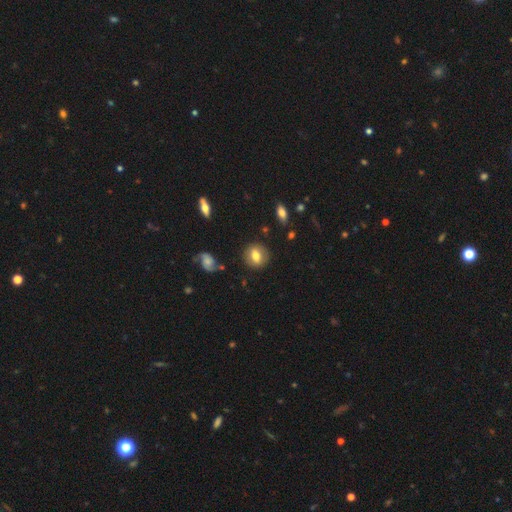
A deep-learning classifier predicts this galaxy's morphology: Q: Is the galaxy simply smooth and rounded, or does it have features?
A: smooth — 66%.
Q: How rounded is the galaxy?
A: round — 71%.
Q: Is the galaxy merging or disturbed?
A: none — 84%.